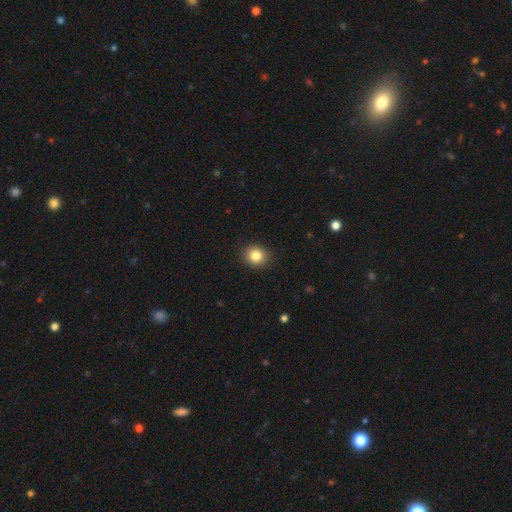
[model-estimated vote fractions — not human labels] This appears to be a smooth galaxy with no disk features (84%) that is round (71%). Merging: none (90%).